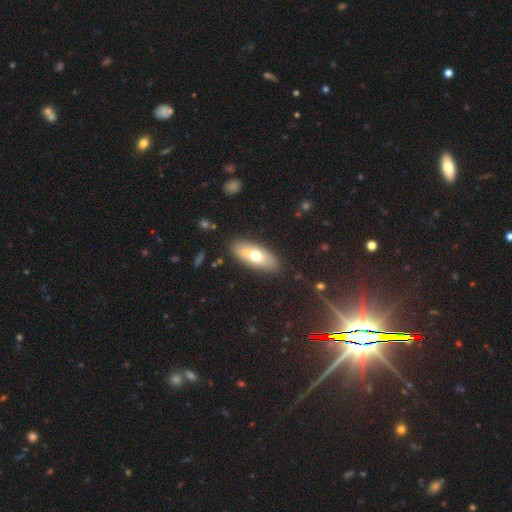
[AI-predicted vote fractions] smooth 60%, featured or disk 32%, star or artifact 7%. Down the decision tree: how rounded — in between (76%); merging — none (63%).